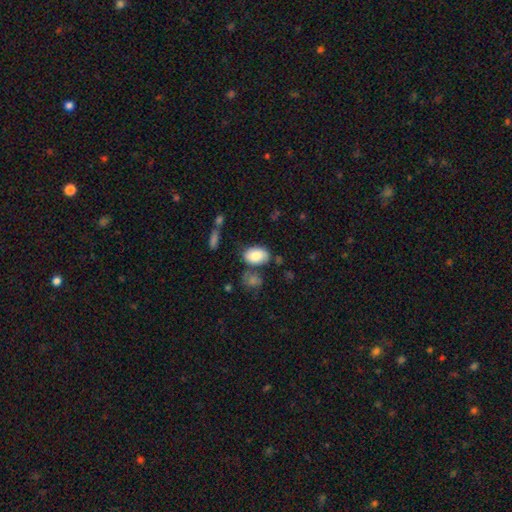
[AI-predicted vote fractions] Smooth or featured? smooth (84%)
How rounded? in between (90%)
Merging? none (63%)